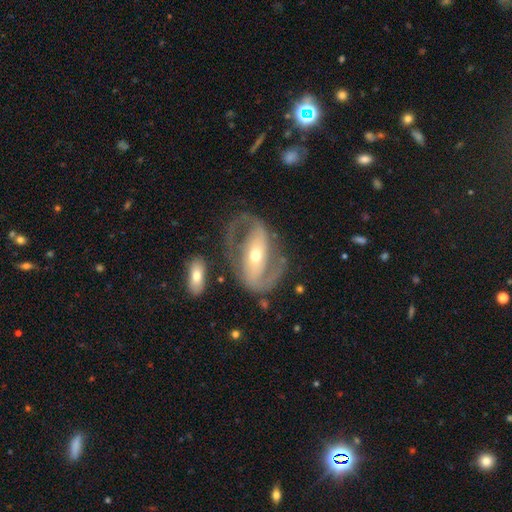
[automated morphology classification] The model was most divided on "bar": strong: 46%, weak: 28%, no: 26%. More confident: edge-on disk — no (95%); spiral arms — yes (88%); spiral arm count — 2 (88%); smooth or featured — featured or disk (86%); merging — none (68%); bulge size — moderate (57%); spiral winding — medium (52%).